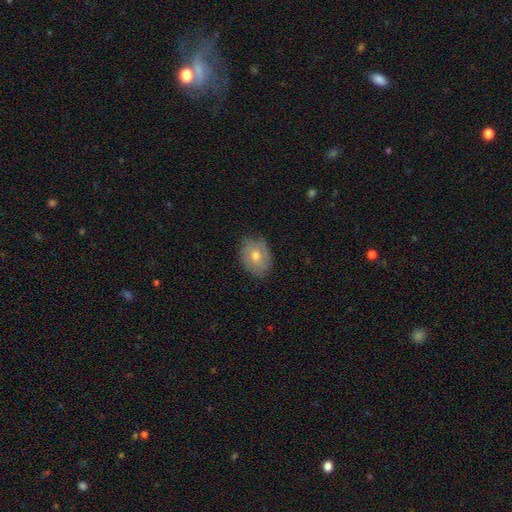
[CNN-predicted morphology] Q: Smooth or featured?
A: smooth (60%); runner-up: featured or disk (31%)
Q: How rounded?
A: in between (65%); runner-up: round (34%)
Q: Merging?
A: none (79%); runner-up: minor disturbance (17%)